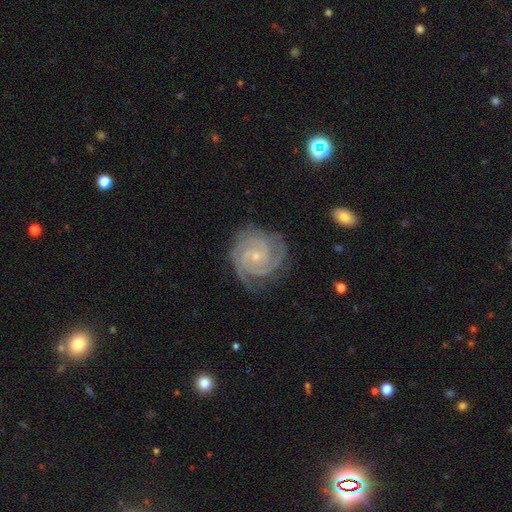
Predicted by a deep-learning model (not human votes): Morphology: type=featured or disk (91%); edge-on=no (98%); bar=no (69%); spiral arms=yes (99%); winding=tight (76%); arm count=3 (39%); bulge=small (80%); merging=none (77%).